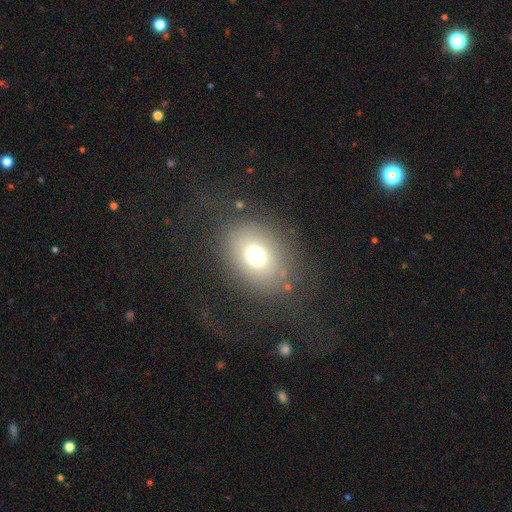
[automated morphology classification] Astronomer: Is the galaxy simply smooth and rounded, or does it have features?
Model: smooth — 68%.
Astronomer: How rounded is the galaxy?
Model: in between — 54% (runner-up: round, 45%).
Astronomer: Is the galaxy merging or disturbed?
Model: none — 76%.